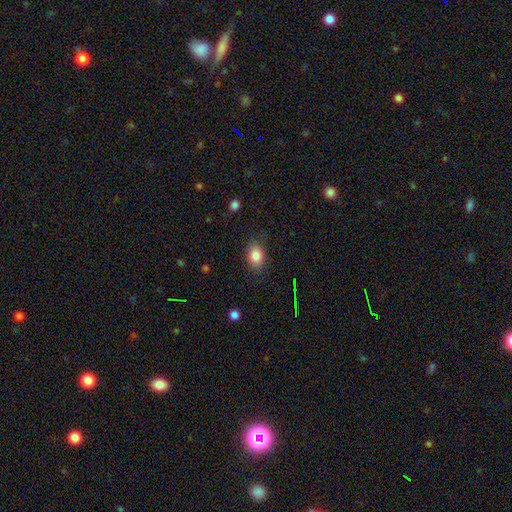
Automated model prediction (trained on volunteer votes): Morphology: type=smooth (84%); roundness=in between (69%); merging=none (82%).